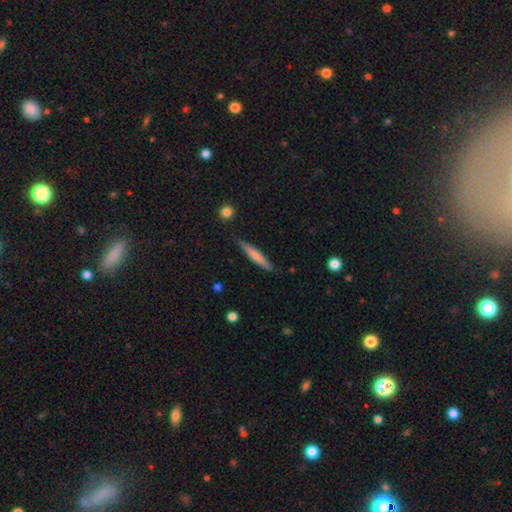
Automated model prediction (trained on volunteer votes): Morphology: type=smooth (61%); roundness=cigar-shaped (94%); merging=none (88%).